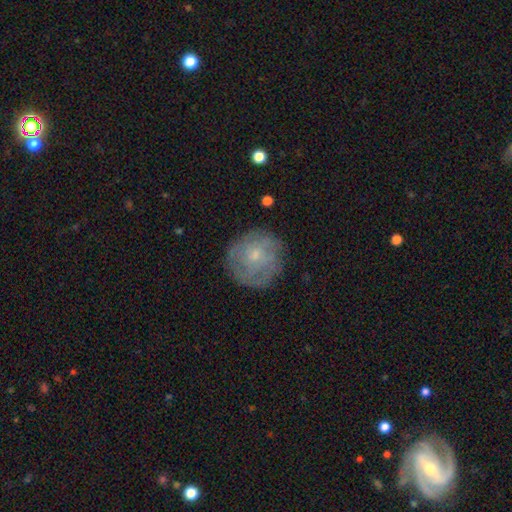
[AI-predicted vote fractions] smooth_or_featured: smooth (p=0.46) [tied with: featured or disk p=0.46]
merging: none (p=0.78) [alt: minor disturbance p=0.15]